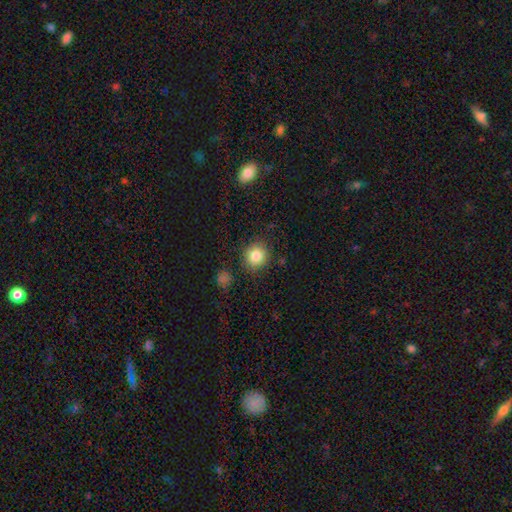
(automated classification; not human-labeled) A smooth galaxy with no disk features (84%) that is round (86%). Merging: none (85%).